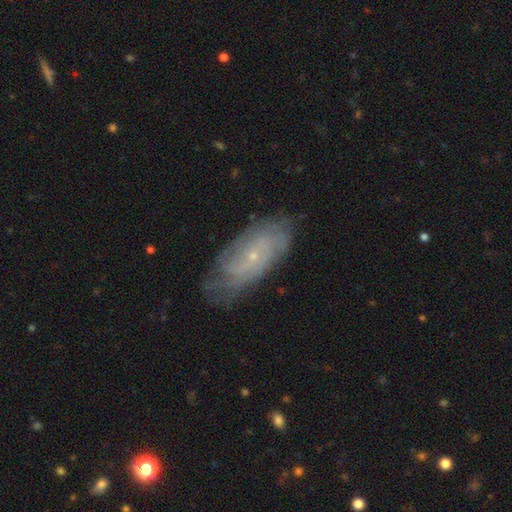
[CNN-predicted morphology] This is likely a featured or disk galaxy (63%). It is clearly not viewed edge-on (88%). Bar: likely no (76%). Spiral arm pattern: clearly yes (81%). Central bulge: clearly small (83%). Merging: likely none (78%).